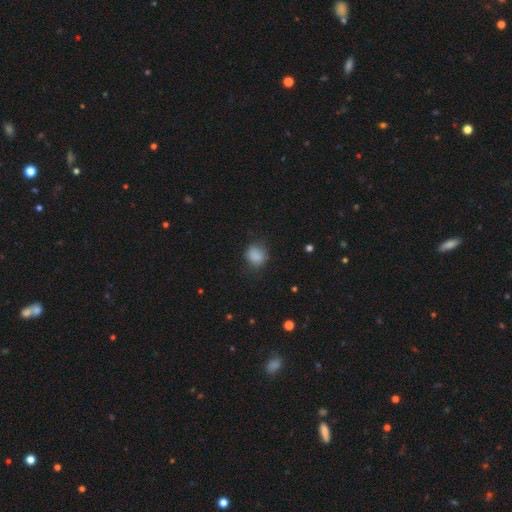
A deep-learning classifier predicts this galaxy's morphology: This is clearly a smooth galaxy (85%). How rounded: likely round (67%). Merging: likely none (71%).